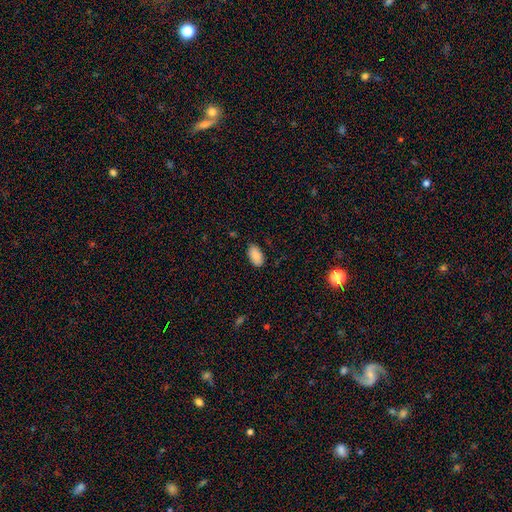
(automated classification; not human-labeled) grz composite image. It shows a smooth galaxy with no disk features (87%) that is in between round and cigar-shaped (94%). Merging: none (82%).